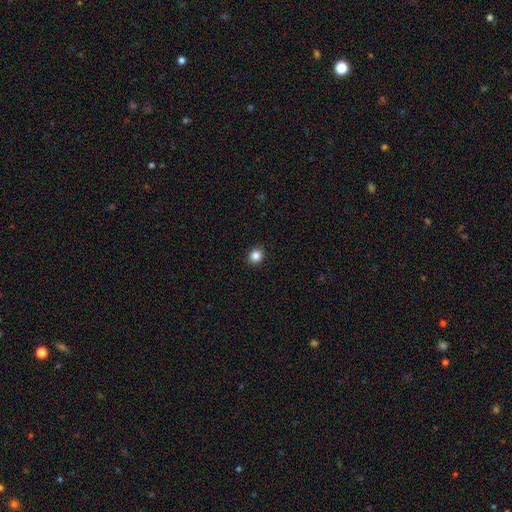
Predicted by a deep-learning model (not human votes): smooth 85%, star or artifact 11%, featured or disk 4%. Down the decision tree: how rounded — round (78%); merging — none (91%).